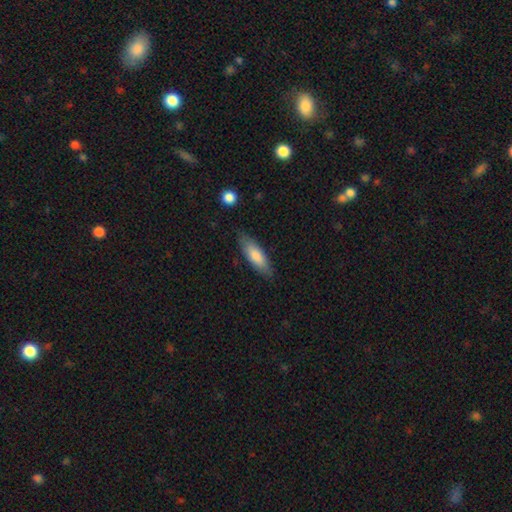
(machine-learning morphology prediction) Smooth or featured? smooth (77%)
How rounded? in between (50%)
Merging? none (83%)